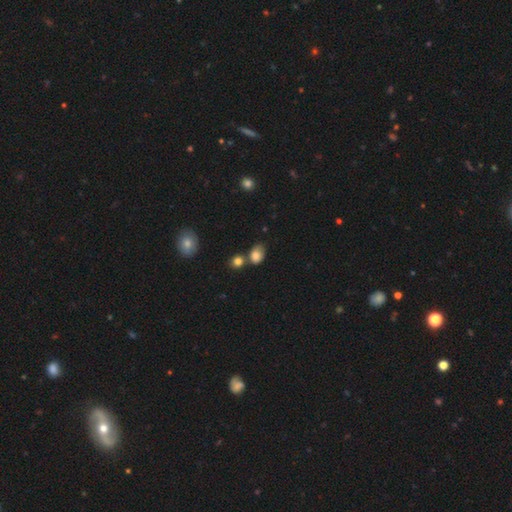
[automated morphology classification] A smooth galaxy with no disk features (82%) that is in between round and cigar-shaped (71%). Merging: none (46%).